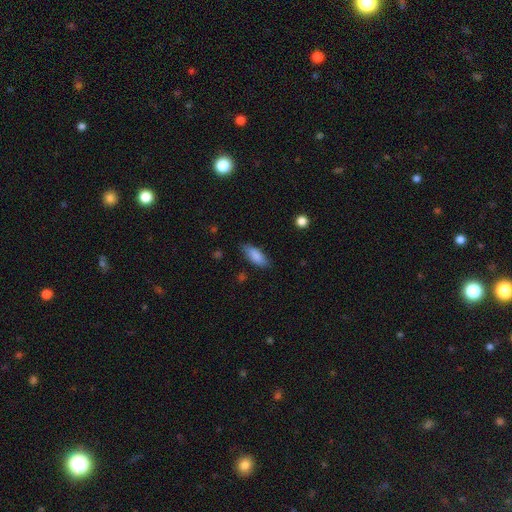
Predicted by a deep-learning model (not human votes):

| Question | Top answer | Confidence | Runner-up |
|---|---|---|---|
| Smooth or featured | smooth | 85% | featured or disk (9%) |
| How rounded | in between | 77% | cigar-shaped (21%) |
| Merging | none | 80% | minor disturbance (15%) |